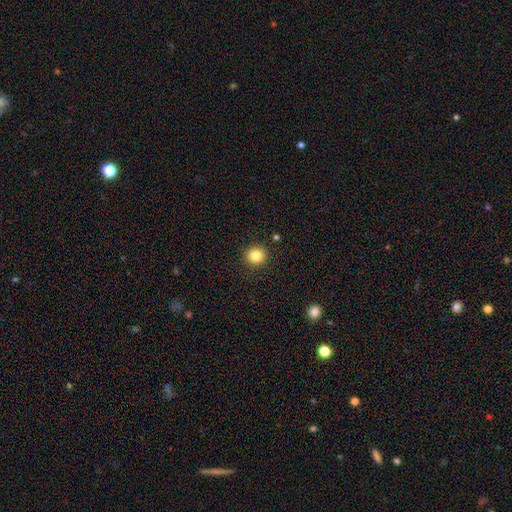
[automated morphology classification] Overall: smooth (83%). How rounded: round (91%). Merging: none (91%).